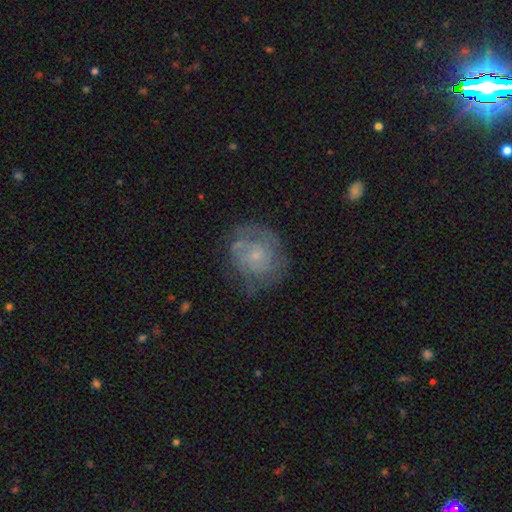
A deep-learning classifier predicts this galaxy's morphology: Smooth or featured? featured or disk (64%)
Edge-on disk? no (97%)
Bar? no (80%)
Spiral arms? yes (76%)
Bulge size? small (76%)
Merging? none (64%)